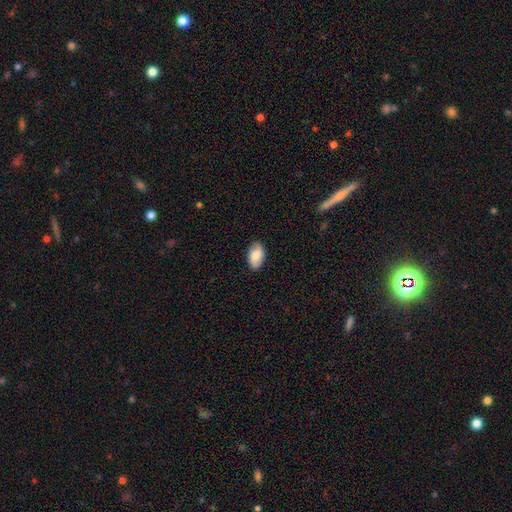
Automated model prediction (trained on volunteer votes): Smooth or featured? smooth (79%)
How rounded? in between (94%)
Merging? none (87%)